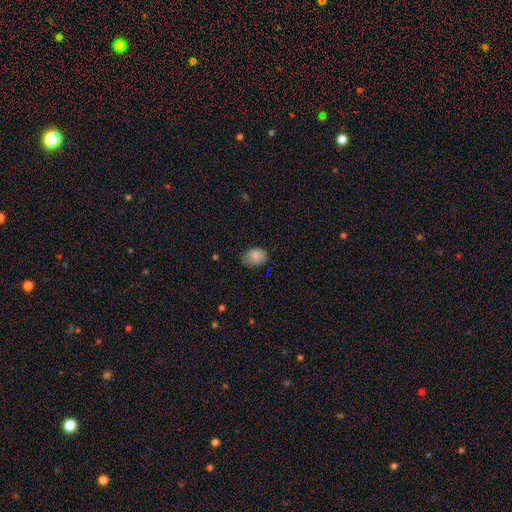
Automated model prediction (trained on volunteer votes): A smooth galaxy with no disk features (85%) that is in between round and cigar-shaped (67%). Merging: none (67%).